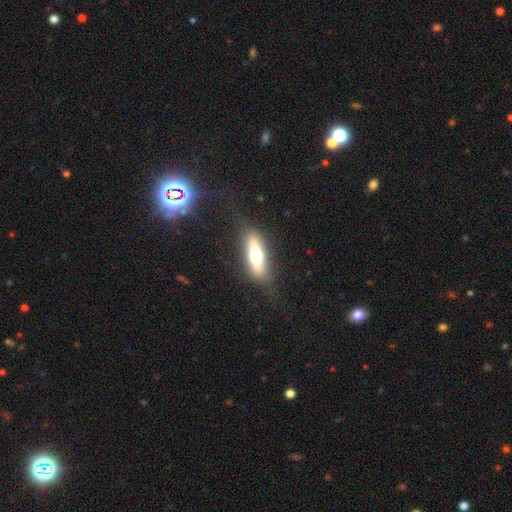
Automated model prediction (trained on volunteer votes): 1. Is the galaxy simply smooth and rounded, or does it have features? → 47% smooth, 46% featured or disk, 8% star or artifact.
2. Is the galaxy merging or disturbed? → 79% none, 13% minor disturbance, 6% major disturbance, 2% merger.